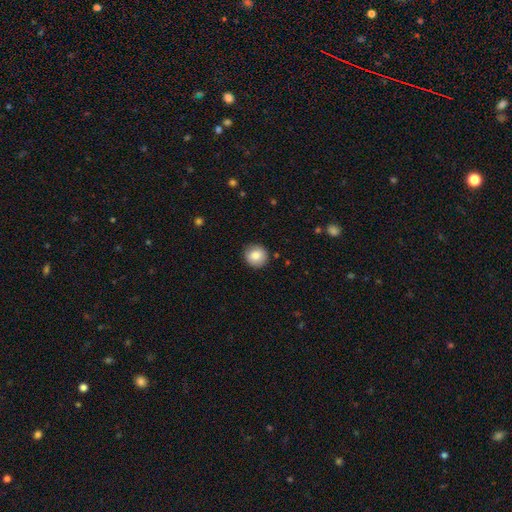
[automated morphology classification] Overall: smooth (84%). How rounded: round (92%). Merging: none (89%).